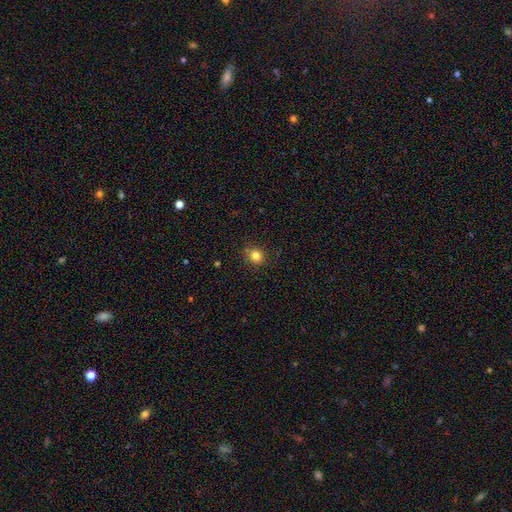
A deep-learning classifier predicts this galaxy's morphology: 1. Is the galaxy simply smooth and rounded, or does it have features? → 81% smooth, 13% star or artifact, 6% featured or disk.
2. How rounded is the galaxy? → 83% round, 16% in between, 1% cigar-shaped.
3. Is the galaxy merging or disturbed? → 84% none, 11% minor disturbance, 3% major disturbance, 2% merger.